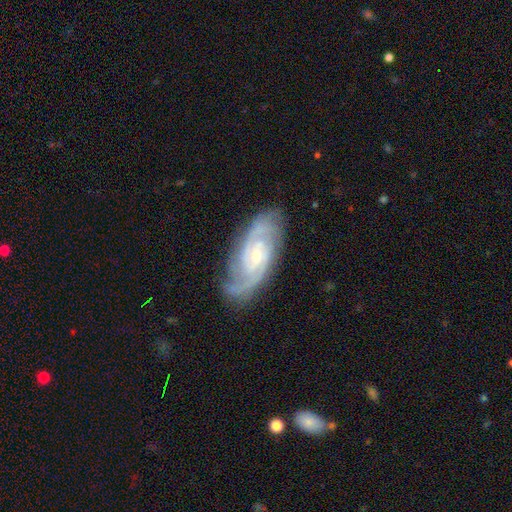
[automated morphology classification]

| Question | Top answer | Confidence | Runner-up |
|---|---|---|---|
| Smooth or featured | featured or disk | 90% | smooth (5%) |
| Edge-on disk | no | 95% | yes (5%) |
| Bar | no | 50% | weak (41%) |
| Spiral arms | yes | 98% | no (2%) |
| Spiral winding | tight | 55% | medium (39%) |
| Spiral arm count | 2 | 61% | 3 (19%) |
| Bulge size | small | 66% | moderate (31%) |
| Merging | none | 80% | minor disturbance (15%) |